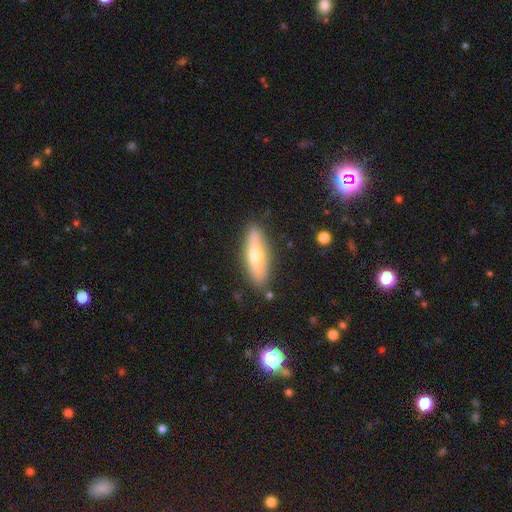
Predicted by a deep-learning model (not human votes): Q: Smooth or featured?
A: smooth (53%); runner-up: featured or disk (41%)
Q: How rounded?
A: cigar-shaped (59%); runner-up: in between (39%)
Q: Merging?
A: none (84%); runner-up: minor disturbance (11%)